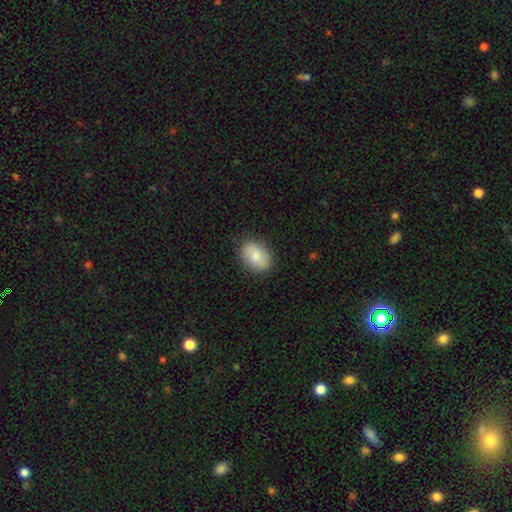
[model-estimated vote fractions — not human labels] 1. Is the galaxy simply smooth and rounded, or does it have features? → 78% smooth, 16% featured or disk, 7% star or artifact.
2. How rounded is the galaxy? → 75% in between, 23% round, 1% cigar-shaped.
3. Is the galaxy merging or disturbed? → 86% none, 11% minor disturbance, 3% major disturbance, 1% merger.